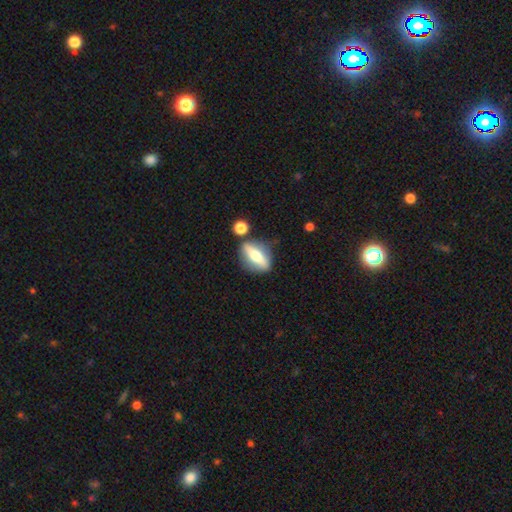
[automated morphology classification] Smooth or featured?
  - featured or disk: 49% *
  - smooth: 44%
  - star or artifact: 7%
Merging?
  - none: 74% *
  - minor disturbance: 13%
  - merger: 8%
  - major disturbance: 5%